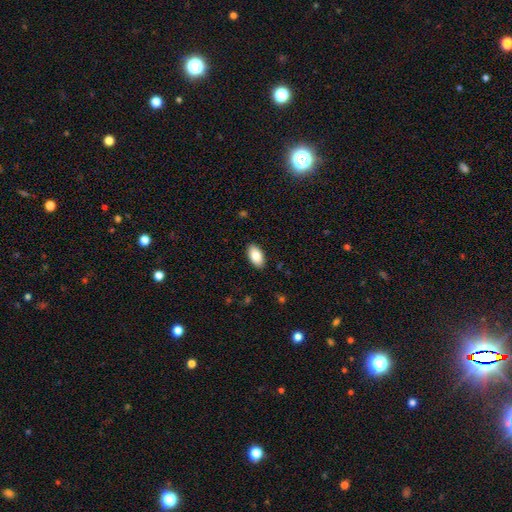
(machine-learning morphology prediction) Smooth or featured? smooth (85%)
How rounded? in between (95%)
Merging? none (89%)